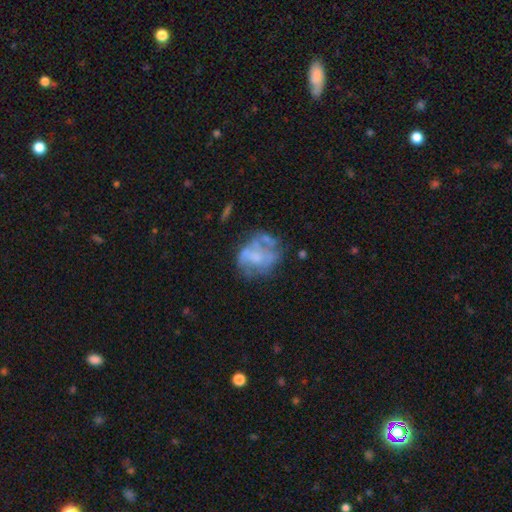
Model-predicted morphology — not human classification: Smooth or featured: featured or disk — 60% (smooth — 30%)
Edge-on disk: no — 98% (yes — 2%)
Bar: no — 79% (weak — 17%)
Spiral arms: no — 78% (yes — 22%)
Bulge size: none — 42% (moderate — 29%)
Merging: none — 39% (major disturbance — 25%)